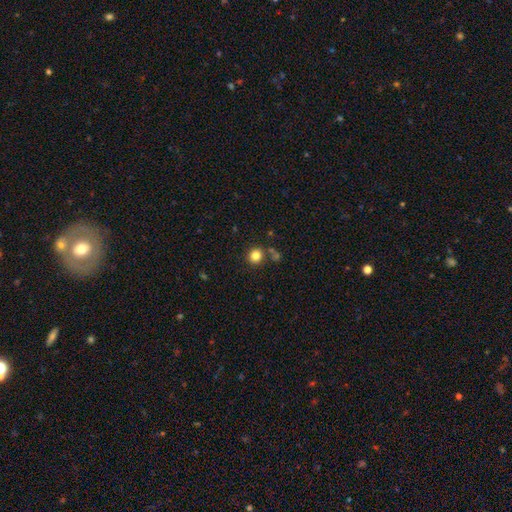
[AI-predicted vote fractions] A smooth galaxy with no disk features (82%) that is round (89%).

Vote fractions:
- Smooth or featured? smooth: 82% / star or artifact: 12% / featured or disk: 5%
- How rounded? round: 89% / in between: 10% / cigar-shaped: 1%
- Merging? none: 81% / minor disturbance: 8% / merger: 8% / major disturbance: 3%